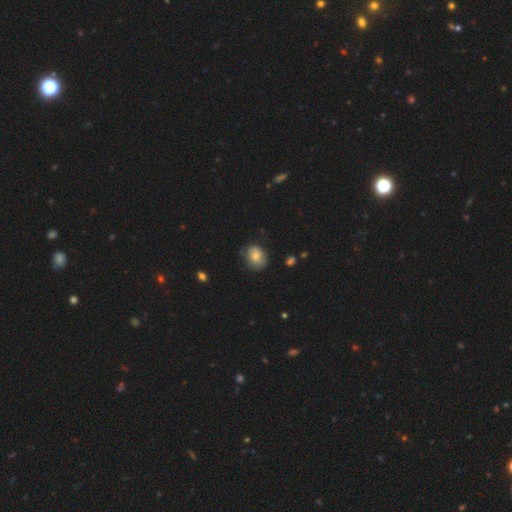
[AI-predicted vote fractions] This is likely a smooth galaxy (73%). How rounded: possibly round (51%). Merging: likely none (66%).